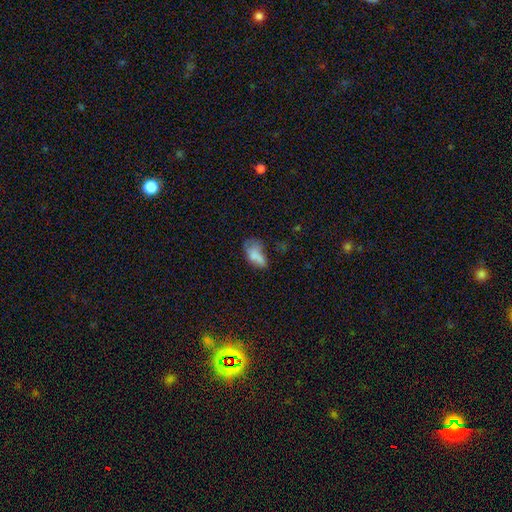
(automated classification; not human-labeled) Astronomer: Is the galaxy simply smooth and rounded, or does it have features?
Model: smooth — 69%.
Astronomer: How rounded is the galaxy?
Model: in between — 89%.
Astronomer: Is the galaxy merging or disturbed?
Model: none — 28%, tied with major disturbance at 28%.